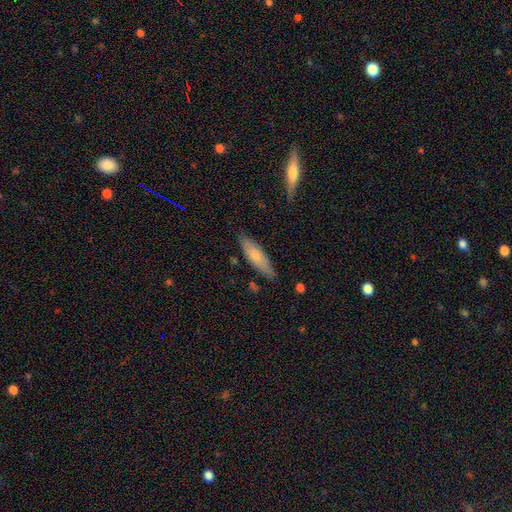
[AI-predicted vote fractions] smooth 73%, featured or disk 22%, star or artifact 6%. Down the decision tree: how rounded — cigar-shaped (62%); merging — none (83%).